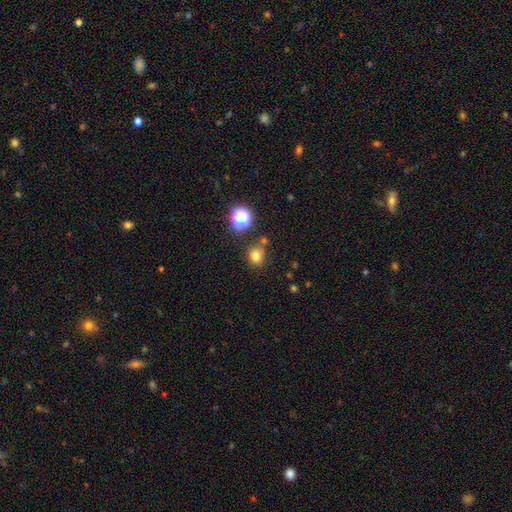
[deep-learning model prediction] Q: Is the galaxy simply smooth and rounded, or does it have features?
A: smooth — 76%.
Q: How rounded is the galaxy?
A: round — 69%.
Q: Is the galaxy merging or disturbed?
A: none — 73%.